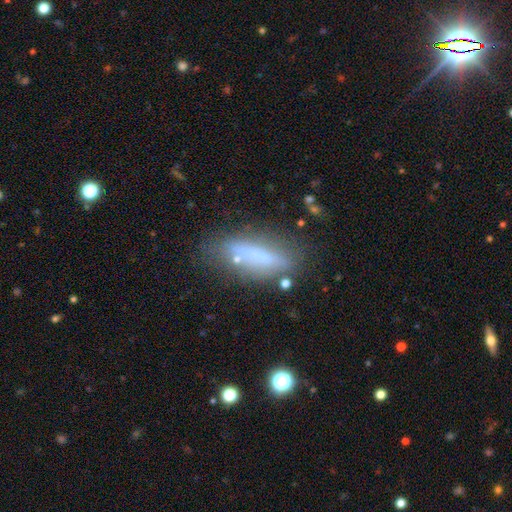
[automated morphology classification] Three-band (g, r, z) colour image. It shows a smooth galaxy with no disk features (53%) that is cigar-shaped (60%). Merging: none (63%).